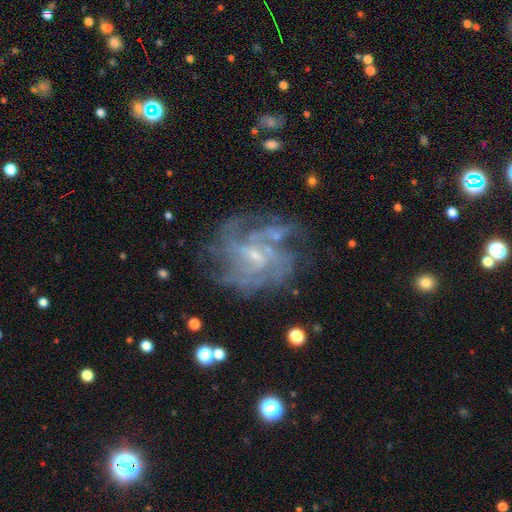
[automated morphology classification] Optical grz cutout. It shows a featured or disk galaxy (84%) with a weak bar (52%), tight (45%) spiral arms (91%) and a small central bulge (67%). Merging: none (62%).